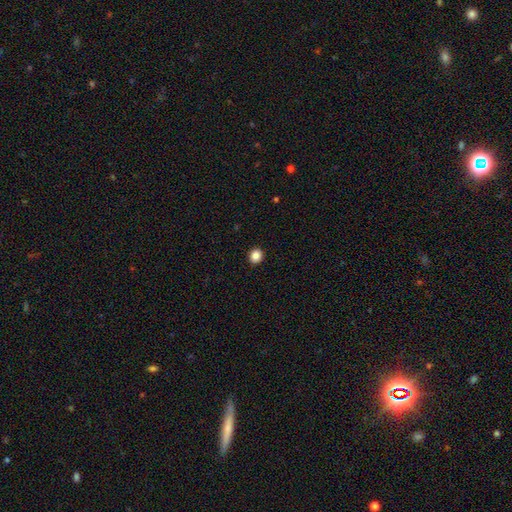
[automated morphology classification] A smooth galaxy with no disk features (87%) that is round (79%).

Vote fractions:
- Smooth or featured? smooth: 87% / star or artifact: 10% / featured or disk: 3%
- How rounded? round: 79% / in between: 21% / cigar-shaped: 1%
- Merging? none: 93% / minor disturbance: 5% / major disturbance: 2% / merger: 1%